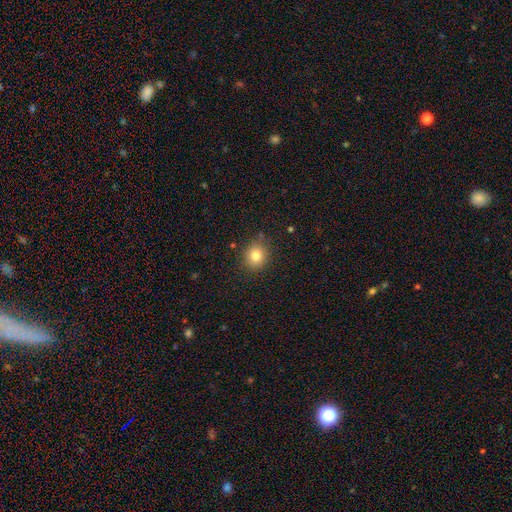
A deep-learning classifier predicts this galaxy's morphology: A smooth galaxy with no disk features (81%) that is round (80%). Merging: none (85%).